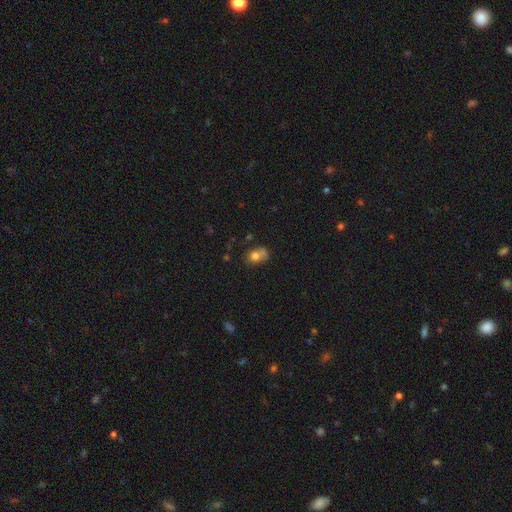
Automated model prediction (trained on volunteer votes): A smooth galaxy with no disk features (75%) that is in between round and cigar-shaped (57%). Merging: none (41%).